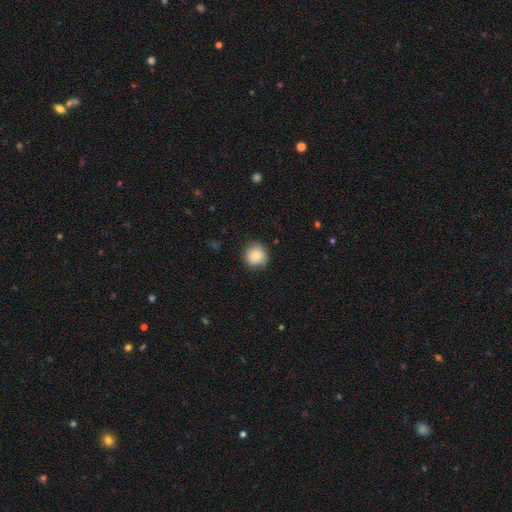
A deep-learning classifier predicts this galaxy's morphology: A smooth galaxy with no disk features (80%) that is round (92%).

Vote fractions:
- Smooth or featured? smooth: 80% / featured or disk: 12% / star or artifact: 8%
- How rounded? round: 92% / in between: 7% / cigar-shaped: 1%
- Merging? none: 81% / minor disturbance: 14% / major disturbance: 3% / merger: 1%